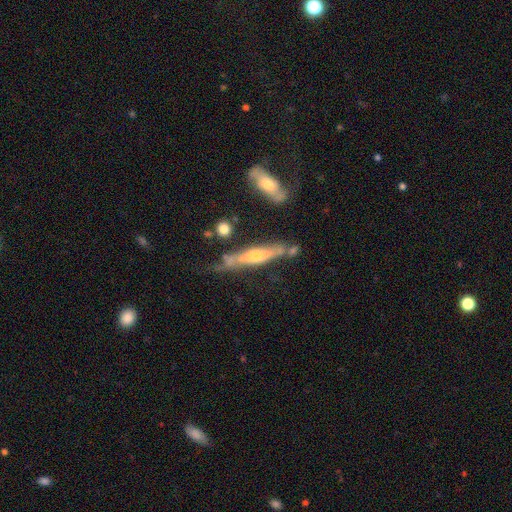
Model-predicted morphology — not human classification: A featured or disk galaxy (70%) viewed edge-on (81%) with a rounded central bulge (76%).

Vote fractions:
- Smooth or featured? featured or disk: 70% / smooth: 23% / star or artifact: 7%
- Edge-on disk? yes: 81% / no: 19%
- Edge-on bulge? rounded: 76% / none: 17% / boxy: 7%
- Merging? none: 53% / minor disturbance: 26% / merger: 11% / major disturbance: 10%